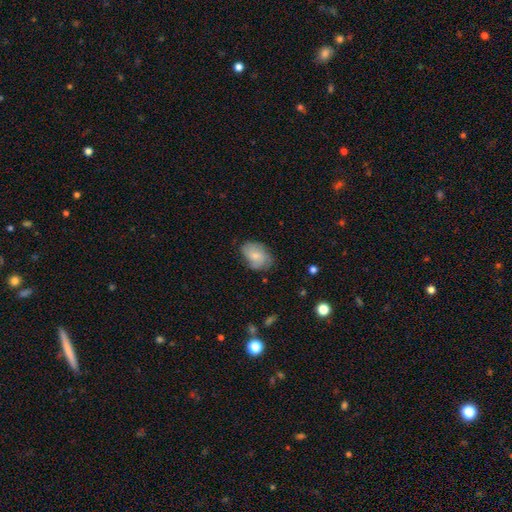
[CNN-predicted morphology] Smooth or featured? Predicted: smooth (p=0.67). How rounded? Predicted: in between (p=0.83). Merging? Predicted: none (p=0.63).